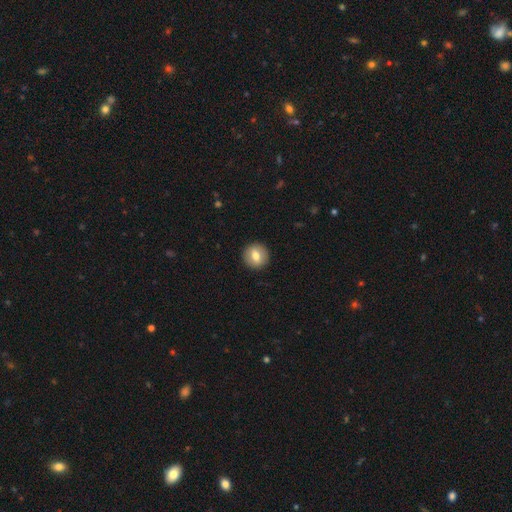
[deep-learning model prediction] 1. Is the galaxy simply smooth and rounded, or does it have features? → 69% smooth, 23% featured or disk, 8% star or artifact.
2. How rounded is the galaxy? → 89% round, 10% in between, 1% cigar-shaped.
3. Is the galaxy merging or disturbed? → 92% none, 5% minor disturbance, 2% major disturbance, 1% merger.